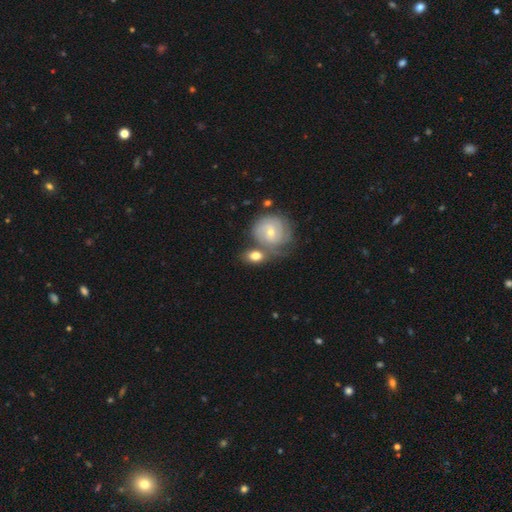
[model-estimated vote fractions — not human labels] Smooth or featured? Predicted: smooth (p=0.50). Merging? Predicted: none (p=0.51).